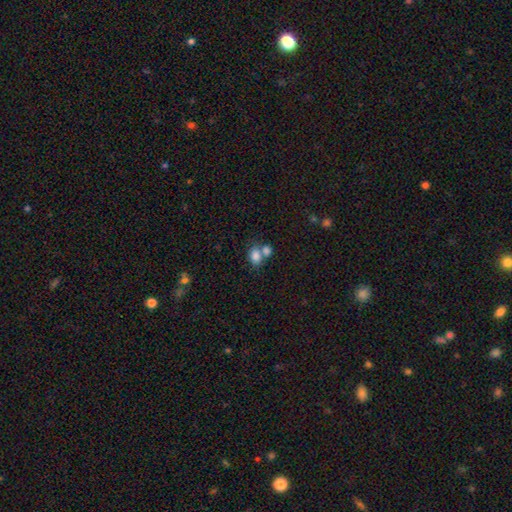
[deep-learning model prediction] Smooth or featured?
  - smooth: 81% *
  - star or artifact: 10%
  - featured or disk: 9%
How rounded?
  - in between: 68% *
  - round: 30%
  - cigar-shaped: 1%
Merging?
  - merger: 48% *
  - none: 38%
  - minor disturbance: 10%
  - major disturbance: 4%